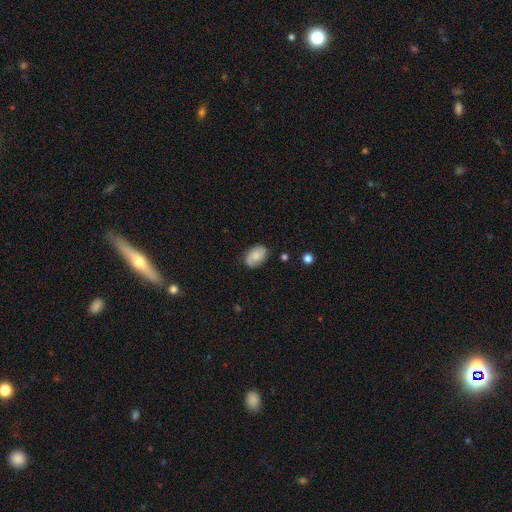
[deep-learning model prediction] Q: Smooth or featured?
A: smooth (54%); runner-up: featured or disk (37%)
Q: How rounded?
A: in between (85%); runner-up: round (13%)
Q: Merging?
A: none (77%); runner-up: minor disturbance (17%)